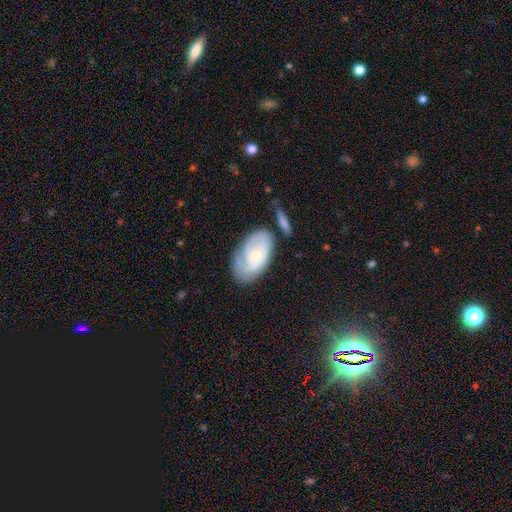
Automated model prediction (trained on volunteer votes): Smooth or featured? featured or disk (66%)
Edge-on disk? no (95%)
Bar? no (72%)
Spiral arms? yes (89%)
Spiral winding? tight (59%)
Spiral arm count? can't tell (36%)
Bulge size? small (67%)
Merging? none (60%)